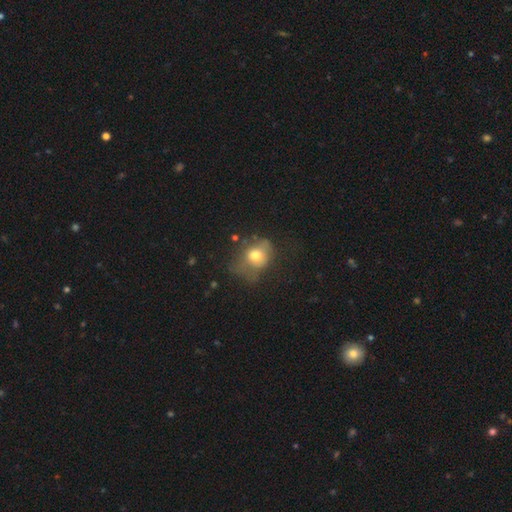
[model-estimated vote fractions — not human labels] Smooth or featured?
  - smooth: 68% *
  - featured or disk: 21%
  - star or artifact: 11%
How rounded?
  - round: 57% *
  - in between: 41%
  - cigar-shaped: 1%
Merging?
  - none: 34% *
  - major disturbance: 31%
  - minor disturbance: 31%
  - merger: 4%